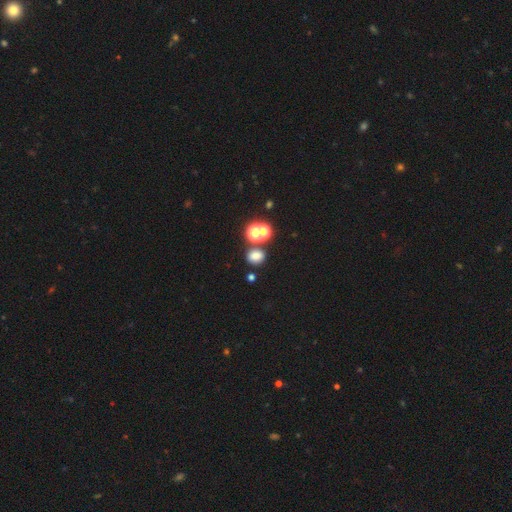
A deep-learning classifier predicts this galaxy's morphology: Smooth or featured? Predicted: smooth (p=0.71). How rounded? Predicted: round (p=0.55). Merging? Predicted: none (p=0.64).